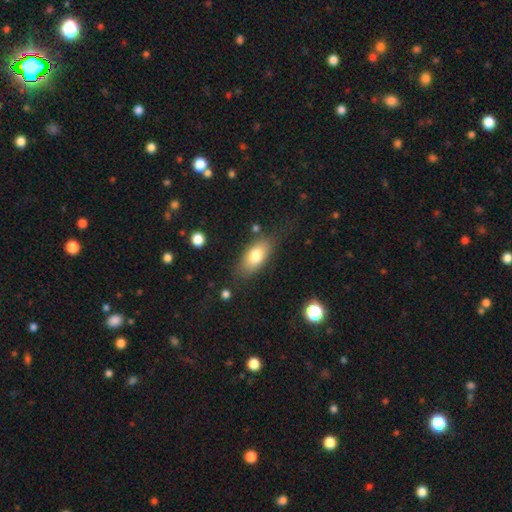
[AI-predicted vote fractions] Smooth or featured?
  - smooth: 76% *
  - featured or disk: 17%
  - star or artifact: 7%
How rounded?
  - in between: 87% *
  - cigar-shaped: 7%
  - round: 5%
Merging?
  - none: 74% *
  - minor disturbance: 17%
  - major disturbance: 6%
  - merger: 3%